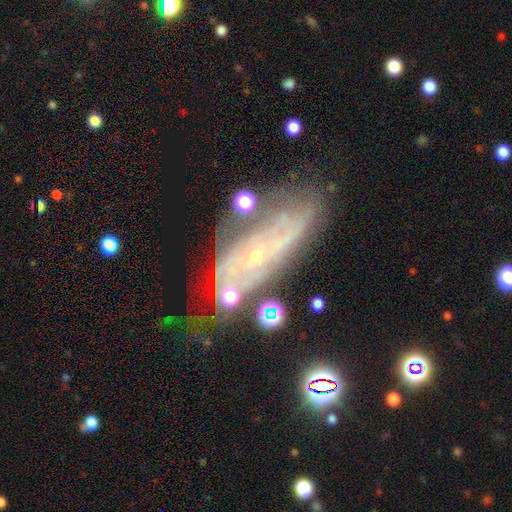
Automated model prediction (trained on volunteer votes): Smooth or featured?
  - featured or disk: 74% *
  - smooth: 15%
  - star or artifact: 11%
Edge-on disk?
  - no: 85% *
  - yes: 15%
Bar?
  - no: 76% *
  - weak: 18%
  - strong: 6%
Spiral arms?
  - yes: 75% *
  - no: 25%
Bulge size?
  - small: 80% *
  - moderate: 15%
  - none: 3%
  - large: 1%
  - dominant: 1%
Merging?
  - none: 48% *
  - minor disturbance: 26%
  - major disturbance: 17%
  - merger: 8%